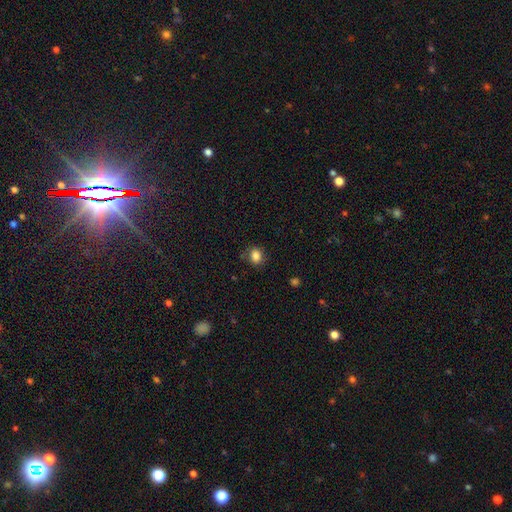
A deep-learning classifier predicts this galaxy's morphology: This appears to be a smooth galaxy with no disk features (85%) that is round (63%). Merging: none (82%).